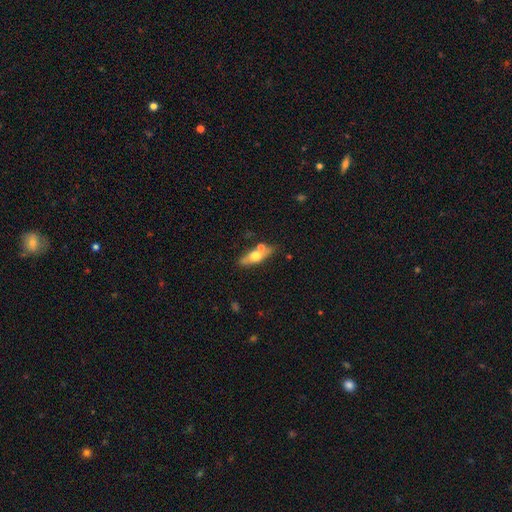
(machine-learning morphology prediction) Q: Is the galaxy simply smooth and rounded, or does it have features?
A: smooth — 48%.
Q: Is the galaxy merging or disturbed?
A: none — 63%.